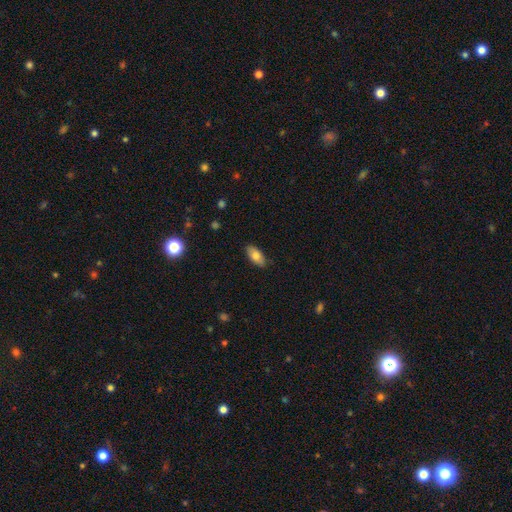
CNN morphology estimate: Smooth or featured?
  - smooth: 79% *
  - featured or disk: 14%
  - star or artifact: 7%
How rounded?
  - in between: 90% *
  - cigar-shaped: 7%
  - round: 3%
Merging?
  - none: 86% *
  - minor disturbance: 11%
  - major disturbance: 2%
  - merger: 1%